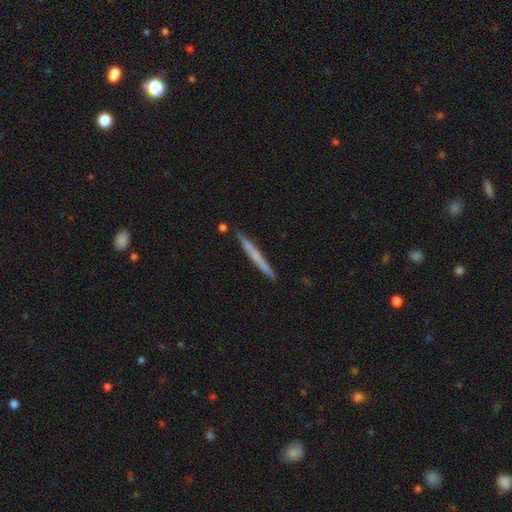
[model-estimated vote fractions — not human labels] Smooth or featured? smooth (49%)
Merging? none (88%)